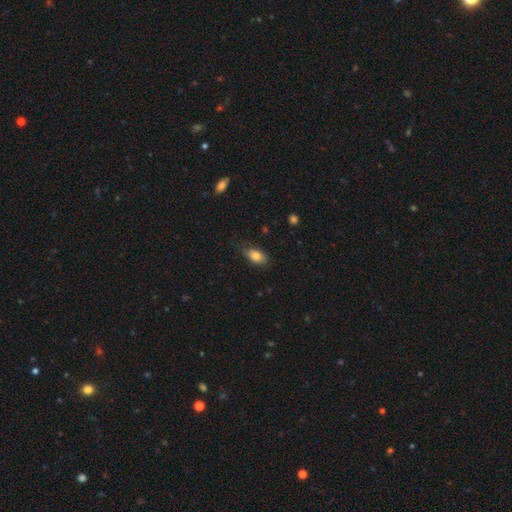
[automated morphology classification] The model was most divided on "merging": none: 73%, minor disturbance: 21%, major disturbance: 5%, merger: 1%. More confident: how rounded — in between (89%); smooth or featured — smooth (82%).